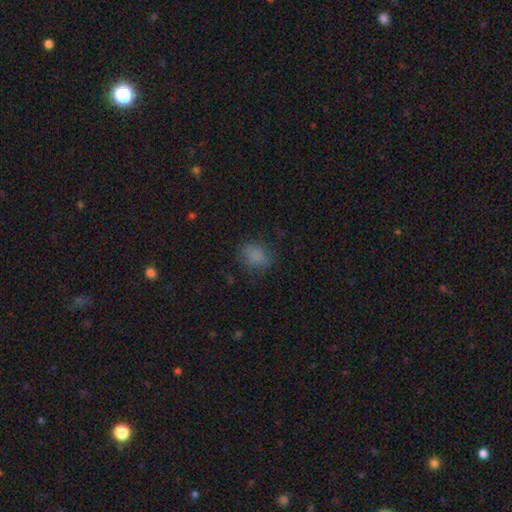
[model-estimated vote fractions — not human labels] smooth_or_featured: smooth (p=0.80) [alt: star or artifact p=0.12]
how_rounded: in between (p=0.53) [alt: round p=0.45]
merging: none (p=0.71) [alt: minor disturbance p=0.20]